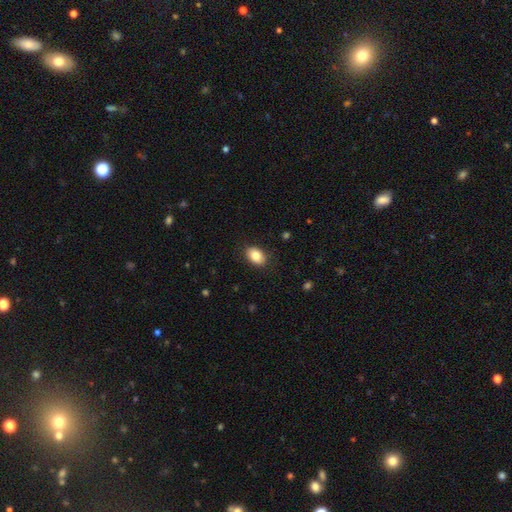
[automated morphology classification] This appears to be a smooth galaxy with no disk features (85%) that is in between round and cigar-shaped (84%). Merging: none (87%).